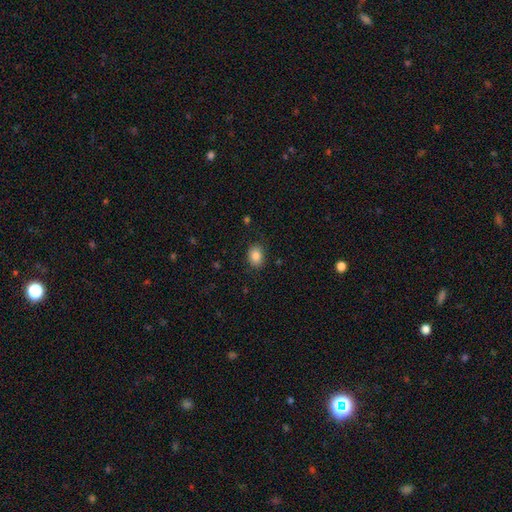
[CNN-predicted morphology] Smooth or featured: smooth — 86% (star or artifact — 9%)
How rounded: in between — 61% (round — 38%)
Merging: none — 84% (minor disturbance — 12%)